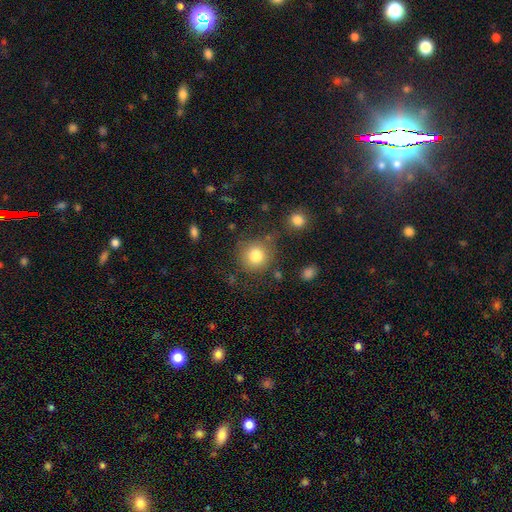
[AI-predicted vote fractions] Overall: smooth (81%). How rounded: round (91%). Merging: none (76%).